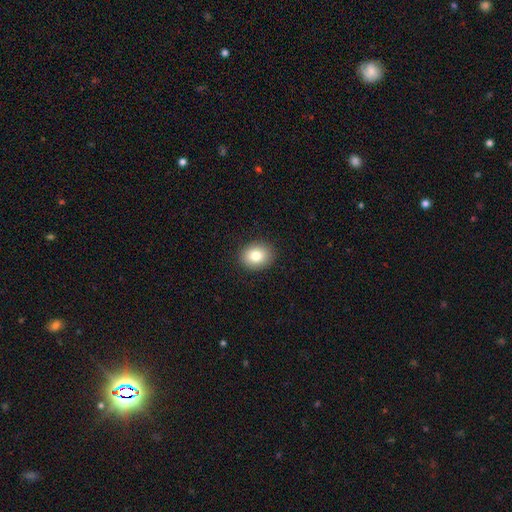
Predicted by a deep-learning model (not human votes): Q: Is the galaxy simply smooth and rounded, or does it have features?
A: smooth — 81%.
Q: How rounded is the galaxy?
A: round — 58%.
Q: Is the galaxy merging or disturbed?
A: none — 90%.